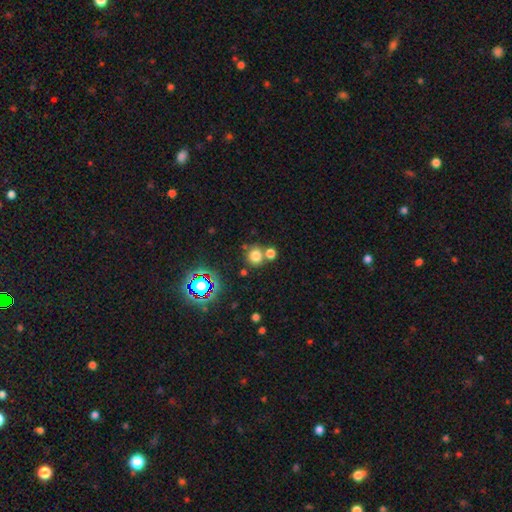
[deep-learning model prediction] Smooth or featured?
  - smooth: 76% *
  - star or artifact: 16%
  - featured or disk: 7%
How rounded?
  - round: 85% *
  - in between: 14%
  - cigar-shaped: 1%
Merging?
  - none: 62% *
  - merger: 27%
  - minor disturbance: 8%
  - major disturbance: 3%